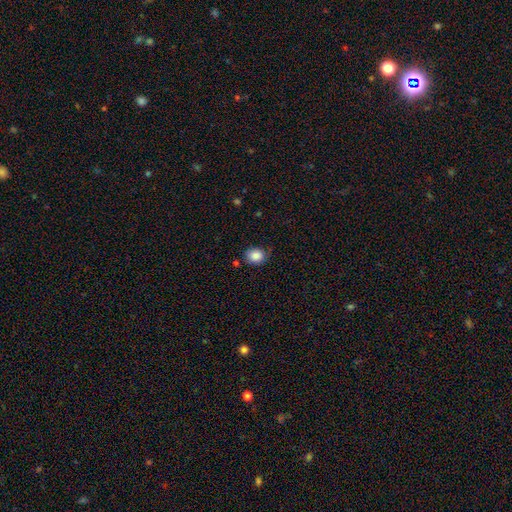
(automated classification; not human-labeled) This appears to be a smooth galaxy with no disk features (87%) that is round (60%). Merging: none (75%).